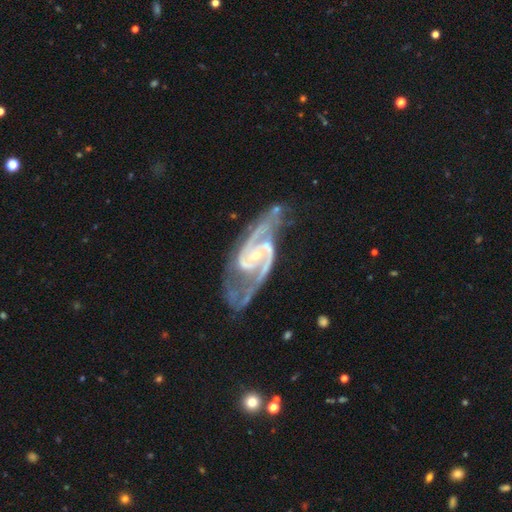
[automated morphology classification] The model was most divided on "bar": no: 44%, weak: 37%, strong: 20%. More confident: spiral arms — yes (98%); edge-on disk — no (97%); smooth or featured — featured or disk (93%); spiral arm count — 2 (86%); bulge size — small (59%); spiral winding — medium (58%); merging — none (56%).